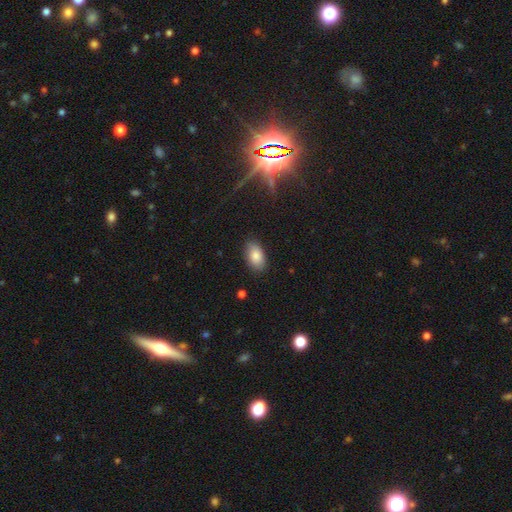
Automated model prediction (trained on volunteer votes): The model was most divided on "merging": none: 85%, minor disturbance: 11%, major disturbance: 2%, merger: 1%. More confident: how rounded — in between (93%); smooth or featured — smooth (85%).